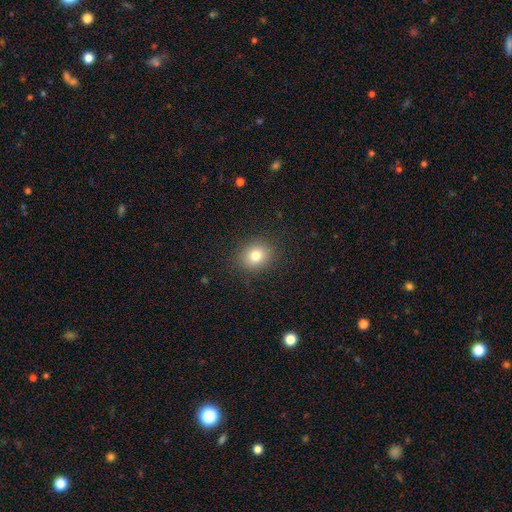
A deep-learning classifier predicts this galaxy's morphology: This appears to be a smooth galaxy with no disk features (79%) that is round (74%). Merging: none (88%).